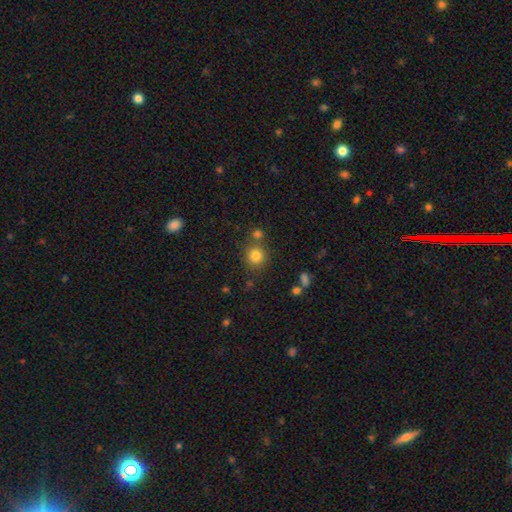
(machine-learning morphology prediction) Smooth or featured? smooth (81%)
How rounded? round (89%)
Merging? none (72%)